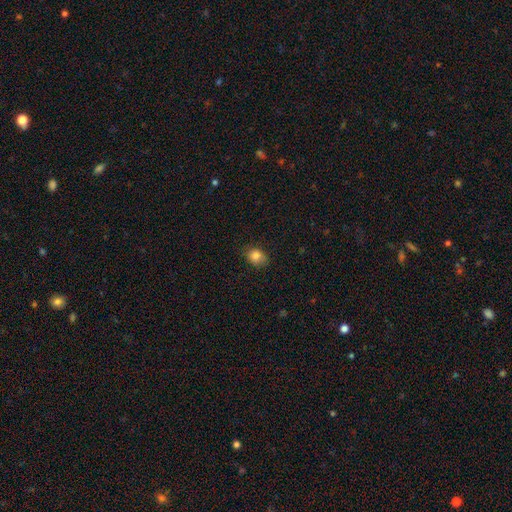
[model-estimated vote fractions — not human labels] A smooth galaxy with no disk features (83%) that is in between round and cigar-shaped (55%).

Vote fractions:
- Smooth or featured? smooth: 83% / star or artifact: 10% / featured or disk: 7%
- How rounded? in between: 55% / round: 44% / cigar-shaped: 1%
- Merging? none: 78% / minor disturbance: 17% / major disturbance: 3% / merger: 1%